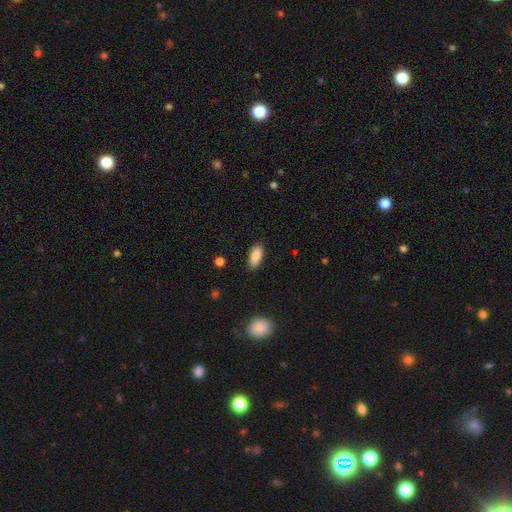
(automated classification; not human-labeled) Overall: smooth (87%). How rounded: in between (87%). Merging: none (87%).